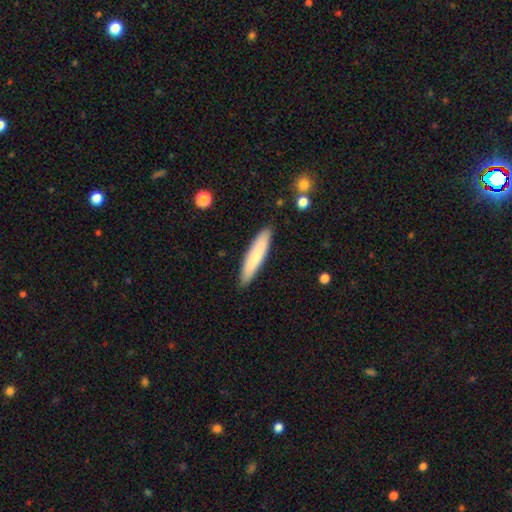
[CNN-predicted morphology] smooth-or-featured: smooth: 78% | featured or disk: 17% | star or artifact: 6%
  how-rounded: cigar-shaped: 86% | in between: 13% | round: 1%
  merging: none: 89% | minor disturbance: 9% | major disturbance: 2% | merger: 1%